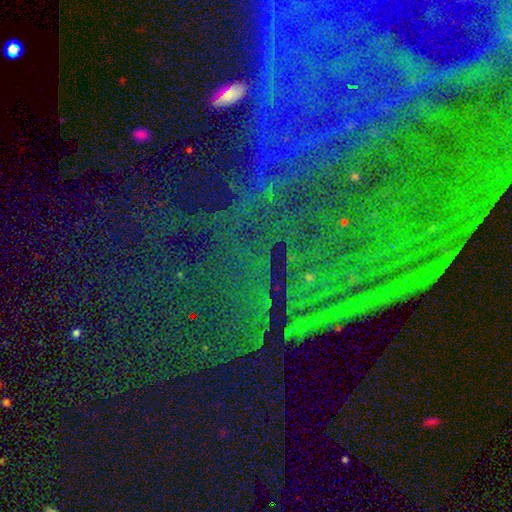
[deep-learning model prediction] Morphology: type=star or artifact (83%).